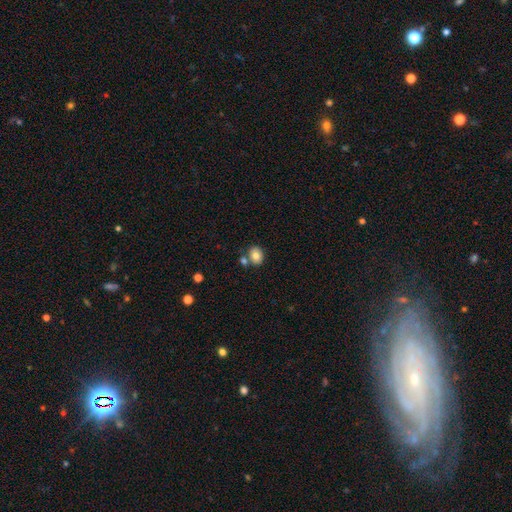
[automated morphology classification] type=smooth (80%); roundness=in between (53%); merging=none (66%).